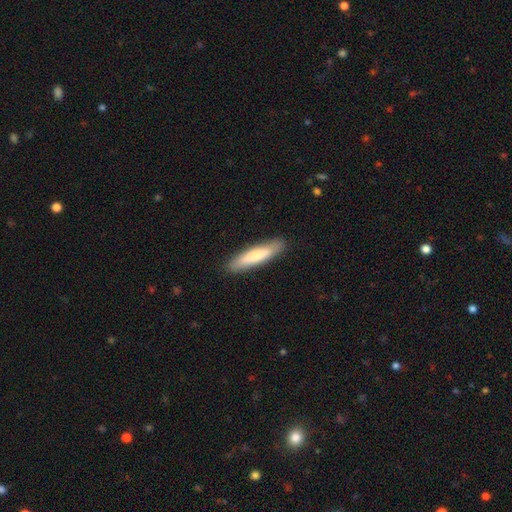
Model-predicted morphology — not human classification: Q: Smooth or featured?
A: smooth (75%); runner-up: featured or disk (20%)
Q: How rounded?
A: cigar-shaped (82%); runner-up: in between (17%)
Q: Merging?
A: none (89%); runner-up: minor disturbance (8%)